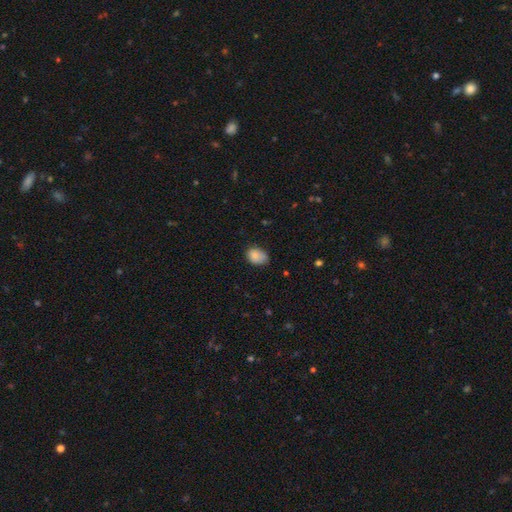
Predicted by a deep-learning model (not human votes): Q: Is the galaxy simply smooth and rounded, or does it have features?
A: smooth — 82%.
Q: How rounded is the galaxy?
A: in between — 71%.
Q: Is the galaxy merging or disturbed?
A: none — 56%.